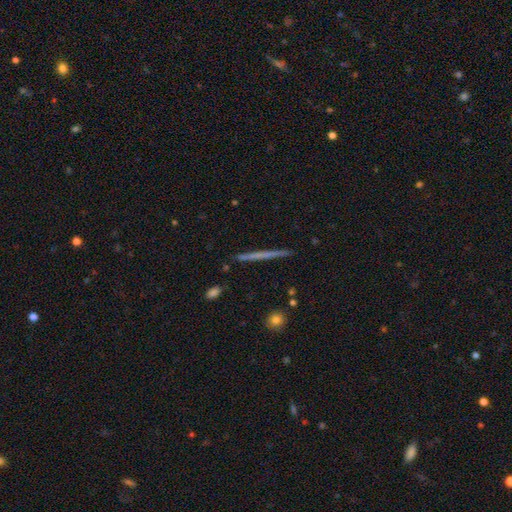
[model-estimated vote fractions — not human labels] A featured or disk galaxy (53%) viewed edge-on (98%) with no central bulge (89%).

Vote fractions:
- Smooth or featured? featured or disk: 53% / smooth: 40% / star or artifact: 7%
- Edge-on disk? yes: 98% / no: 2%
- Edge-on bulge? none: 89% / rounded: 8% / boxy: 3%
- Merging? none: 91% / minor disturbance: 6% / merger: 1% / major disturbance: 1%